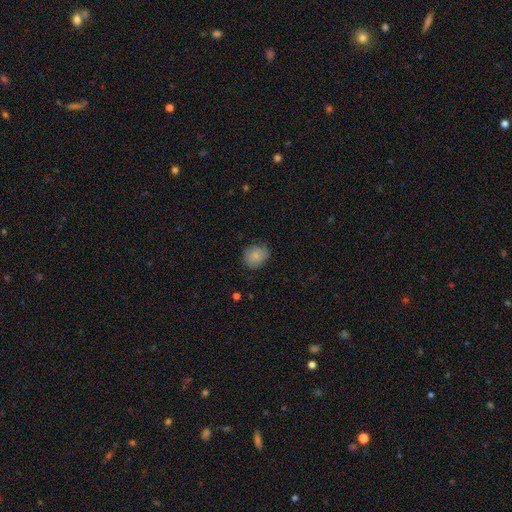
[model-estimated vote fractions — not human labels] smooth 80%, featured or disk 12%, star or artifact 8%. Down the decision tree: how rounded — round (65%); merging — none (71%).